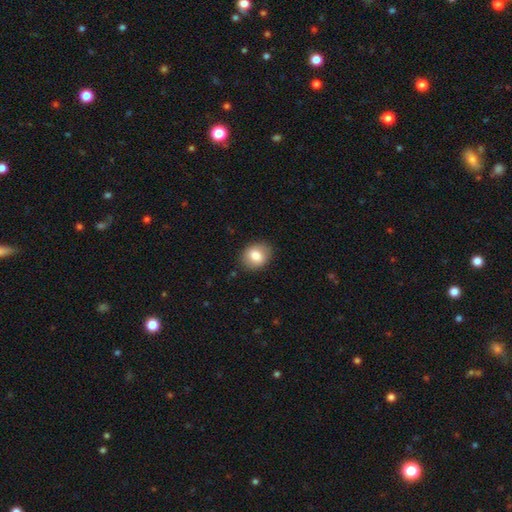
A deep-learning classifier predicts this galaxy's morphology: smooth 81%, featured or disk 12%, star or artifact 8%. Down the decision tree: how rounded — in between (50%); merging — none (85%).